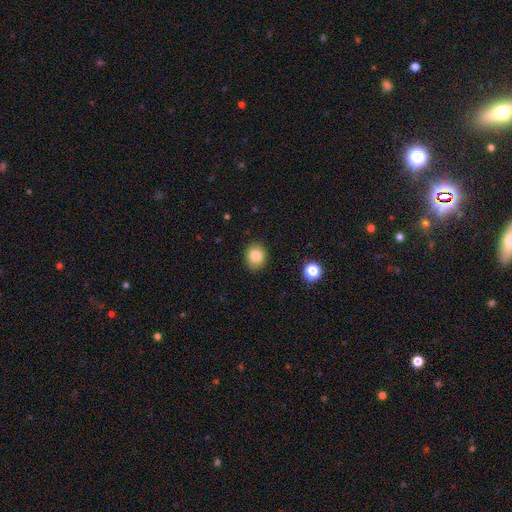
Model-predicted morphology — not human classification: Overall: smooth (82%). How rounded: round (62%; in between 37%). Merging: none (88%).